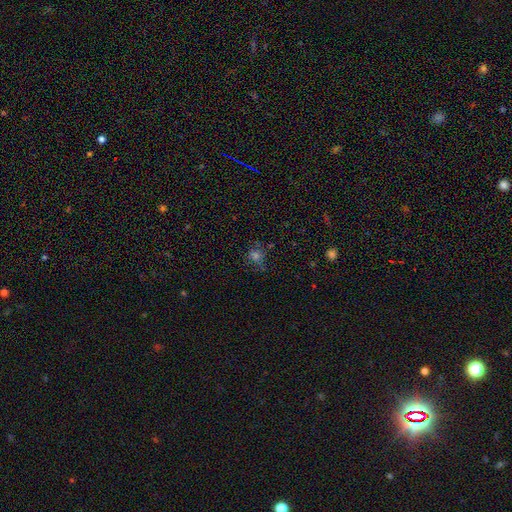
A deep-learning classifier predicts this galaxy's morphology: A smooth galaxy with no disk features (49%).

Vote fractions:
- Smooth or featured? smooth: 49% / star or artifact: 36% / featured or disk: 15%
- Merging? none: 65% / minor disturbance: 19% / major disturbance: 12% / merger: 3%